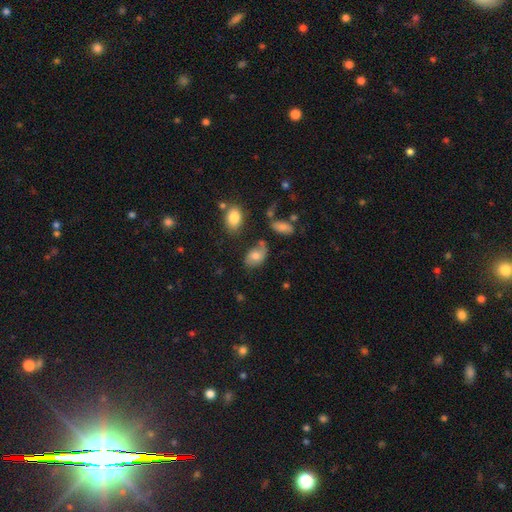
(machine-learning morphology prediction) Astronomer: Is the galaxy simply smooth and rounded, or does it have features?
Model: smooth — 64%.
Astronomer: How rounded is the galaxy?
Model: in between — 85%.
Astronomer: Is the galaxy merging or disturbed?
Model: none — 55%.